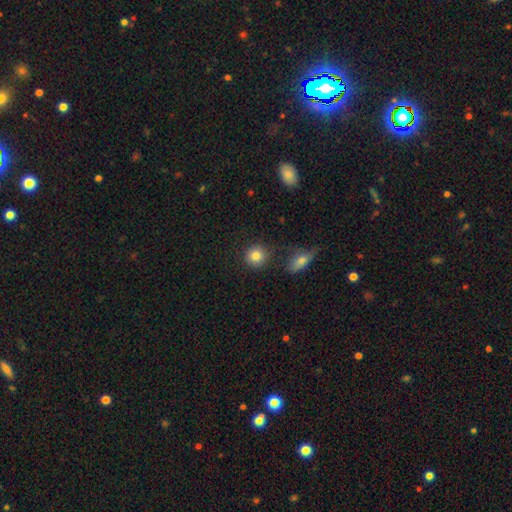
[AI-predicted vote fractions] A smooth galaxy with no disk features (83%) that is round (89%).

Vote fractions:
- Smooth or featured? smooth: 83% / star or artifact: 10% / featured or disk: 8%
- How rounded? round: 89% / in between: 10% / cigar-shaped: 1%
- Merging? none: 80% / minor disturbance: 9% / merger: 7% / major disturbance: 3%